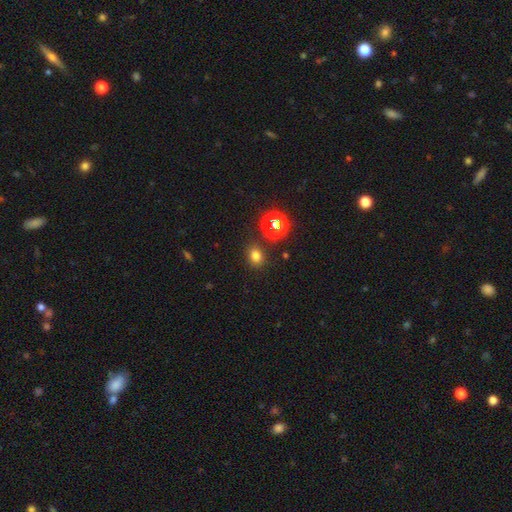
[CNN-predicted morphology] Smooth or featured? smooth (73%)
How rounded? round (52%)
Merging? none (83%)